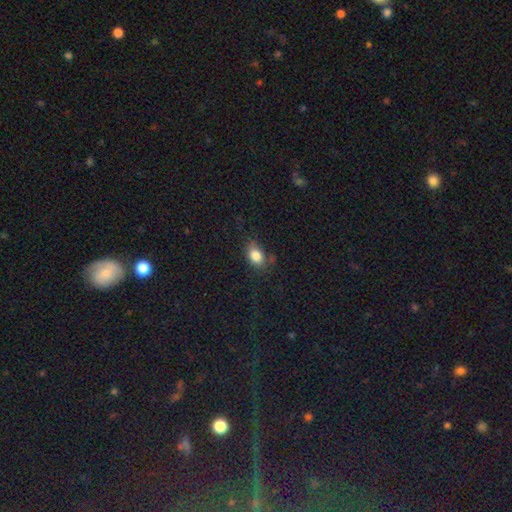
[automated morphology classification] Q: Smooth or featured?
A: smooth (83%); runner-up: star or artifact (9%)
Q: How rounded?
A: in between (77%); runner-up: round (21%)
Q: Merging?
A: none (68%); runner-up: minor disturbance (22%)